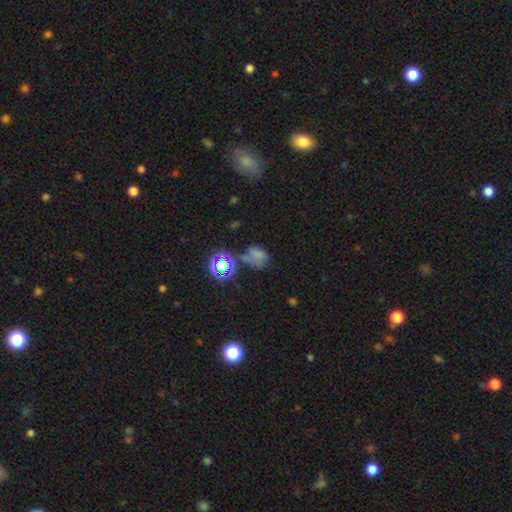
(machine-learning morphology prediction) smooth-or-featured: smooth: 54% | star or artifact: 31% | featured or disk: 14%
  how-rounded: in between: 52% | round: 46% | cigar-shaped: 2%
  merging: none: 40% | minor disturbance: 23% | merger: 19% | major disturbance: 17%